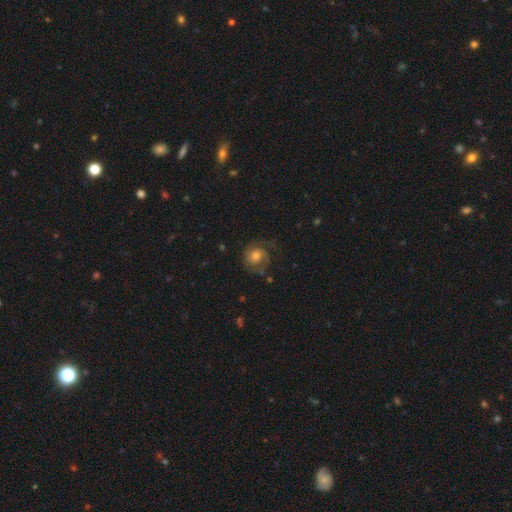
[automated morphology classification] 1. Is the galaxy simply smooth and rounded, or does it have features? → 60% featured or disk, 31% smooth, 9% star or artifact.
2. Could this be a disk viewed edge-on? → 98% no, 2% yes.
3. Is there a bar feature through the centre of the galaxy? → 74% no, 22% weak, 4% strong.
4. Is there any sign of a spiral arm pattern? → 88% yes, 12% no.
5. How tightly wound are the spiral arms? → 43% tight, 40% medium, 17% loose.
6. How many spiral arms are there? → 53% 2, 23% 1, 15% can't tell, 5% 3, 2% 4, 2% more than 4.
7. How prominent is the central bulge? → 57% moderate, 19% small, 18% large, 3% none, 2% dominant.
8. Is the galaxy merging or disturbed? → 62% none, 19% minor disturbance, 17% major disturbance, 2% merger.